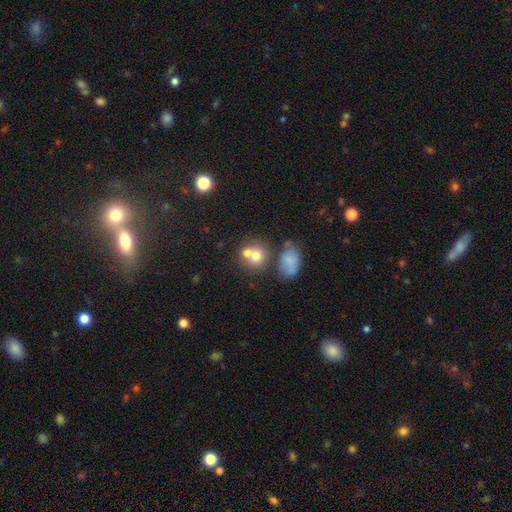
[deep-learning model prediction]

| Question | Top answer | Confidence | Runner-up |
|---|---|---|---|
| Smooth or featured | smooth | 68% | featured or disk (21%) |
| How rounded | round | 75% | in between (24%) |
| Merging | merger | 48% | none (39%) |